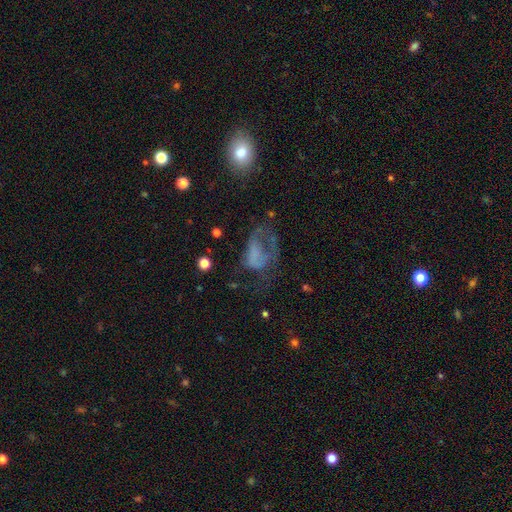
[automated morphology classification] This is possibly a featured or disk galaxy (46%). Merging: possibly major disturbance (55%).